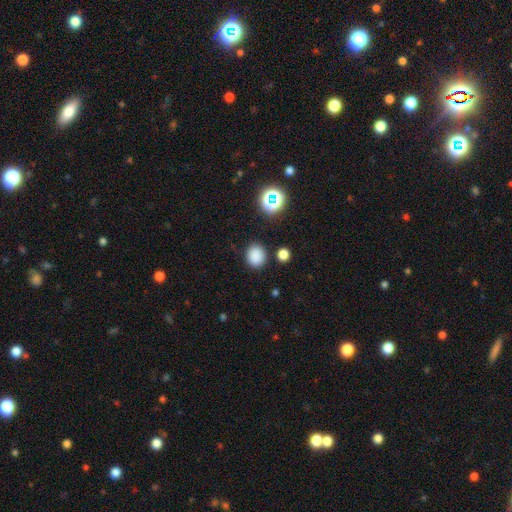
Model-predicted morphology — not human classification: Smooth or featured: smooth — 83% (star or artifact — 14%)
How rounded: round — 67% (in between — 32%)
Merging: none — 85% (minor disturbance — 9%)